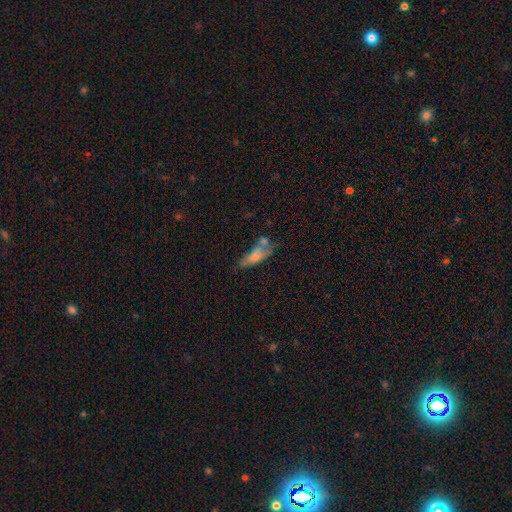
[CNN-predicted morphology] Smooth or featured: smooth — 63% (featured or disk — 29%)
How rounded: in between — 54% (cigar-shaped — 42%)
Merging: none — 36% (merger — 30%)